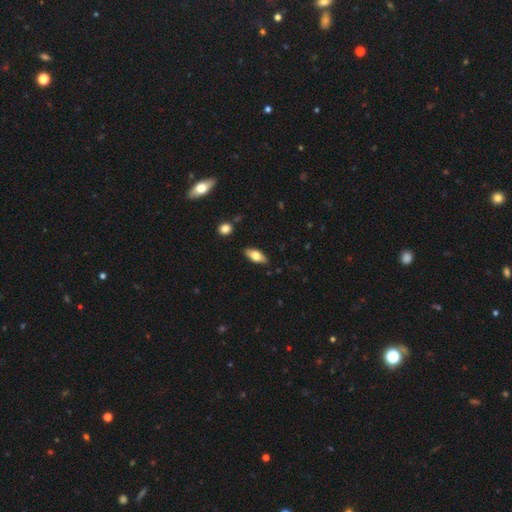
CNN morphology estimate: Q: Smooth or featured?
A: smooth (64%); runner-up: featured or disk (30%)
Q: How rounded?
A: in between (79%); runner-up: cigar-shaped (18%)
Q: Merging?
A: none (86%); runner-up: minor disturbance (10%)